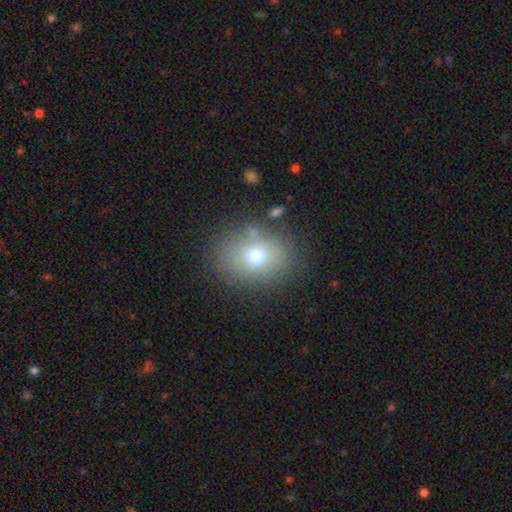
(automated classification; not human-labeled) Morphology: type=smooth (71%); roundness=in between (66%); merging=none (79%).